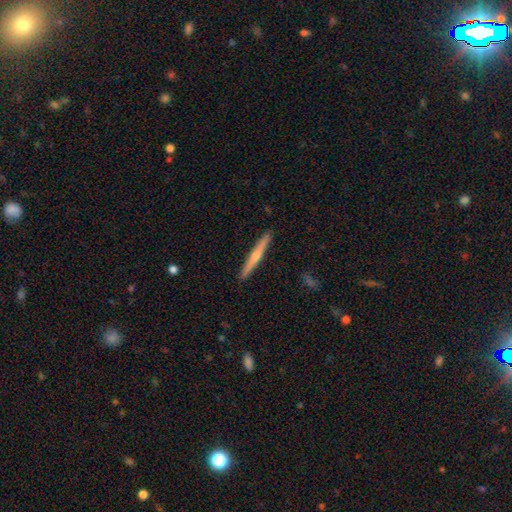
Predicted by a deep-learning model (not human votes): Smooth or featured? Predicted: featured or disk (p=0.60). Edge-on disk? Predicted: yes (p=0.97). Edge-on bulge? Predicted: rounded (p=0.82). Merging? Predicted: none (p=0.92).